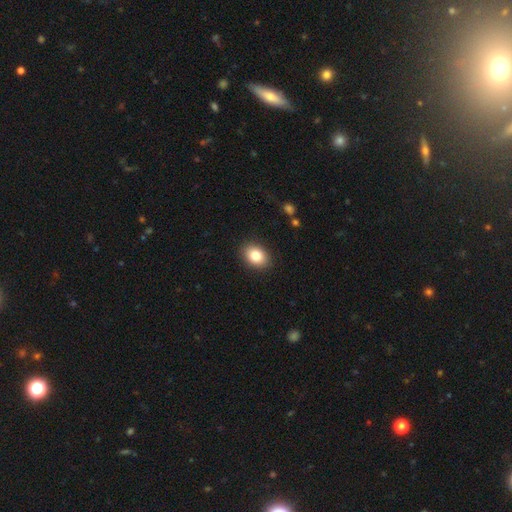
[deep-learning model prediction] The model was most divided on "how rounded": in between: 71%, round: 28%, cigar-shaped: 1%. More confident: merging — none (89%); smooth or featured — smooth (84%).